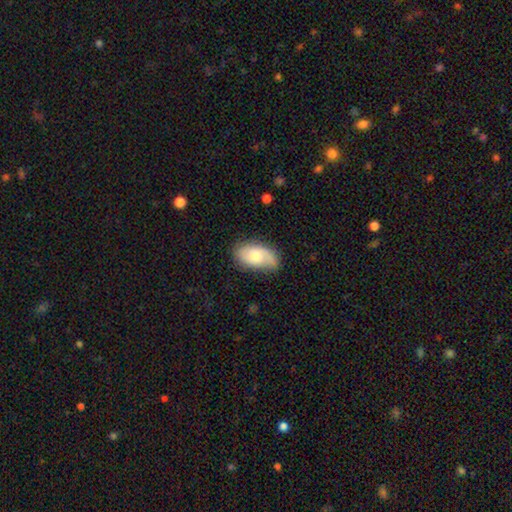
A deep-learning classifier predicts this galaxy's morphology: Smooth or featured? smooth (51%)
How rounded? in between (93%)
Merging? none (70%)